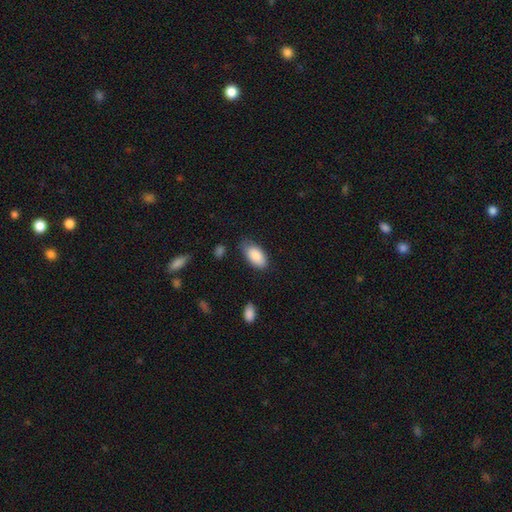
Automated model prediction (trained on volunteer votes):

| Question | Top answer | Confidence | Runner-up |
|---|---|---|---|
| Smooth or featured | smooth | 88% | star or artifact (6%) |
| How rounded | in between | 94% | cigar-shaped (4%) |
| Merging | none | 73% | minor disturbance (21%) |